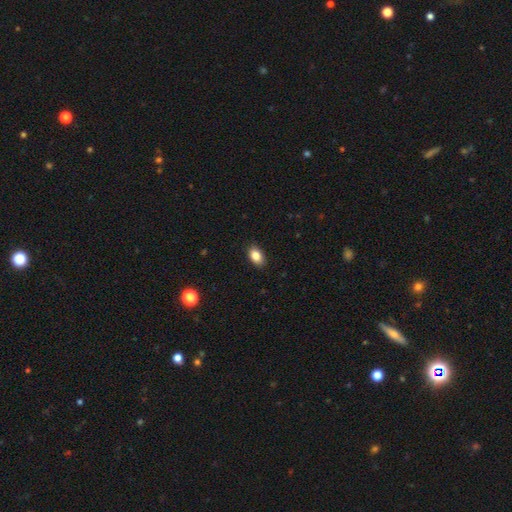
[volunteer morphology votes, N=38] Smooth or featured: smooth — 87% (star or artifact — 8%)
How rounded: in between — 85% (round — 12%)
Merging: none — 94% (minor disturbance — 3%)